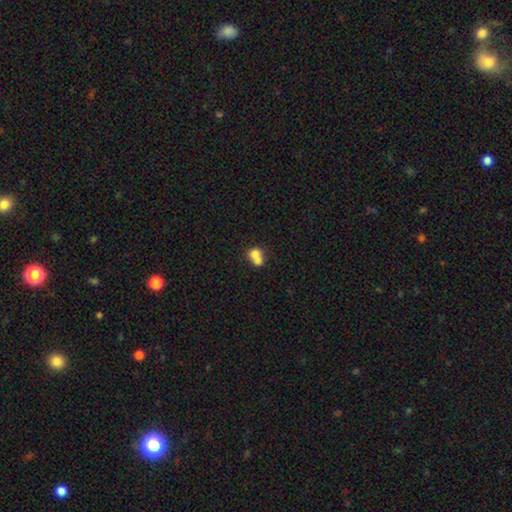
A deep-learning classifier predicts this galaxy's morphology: The model was most divided on "how rounded": round: 68%, in between: 31%, cigar-shaped: 1%. More confident: smooth or featured — smooth (70%); merging — merger (69%).